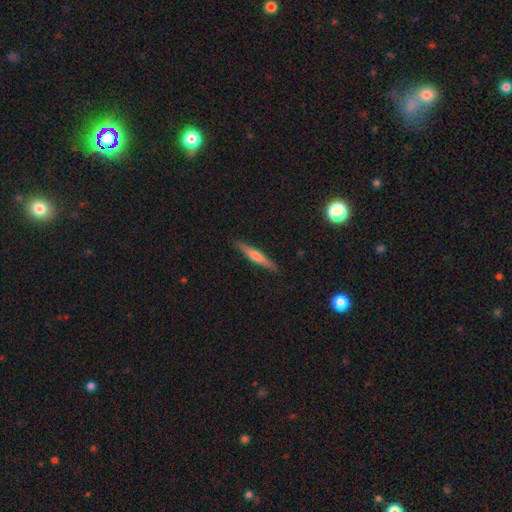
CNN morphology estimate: A featured or disk galaxy (54%) viewed edge-on (97%) with a rounded central bulge (70%). Merging: none (90%).